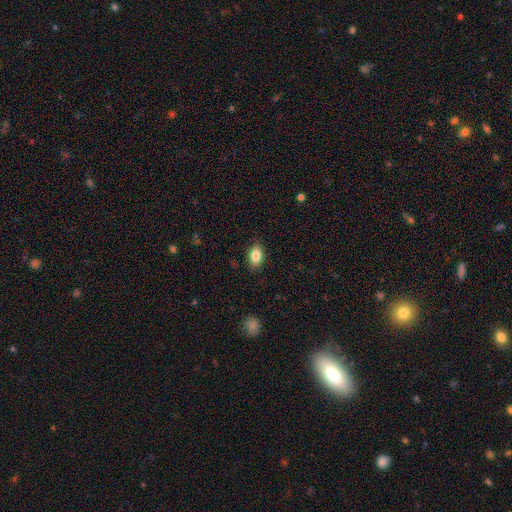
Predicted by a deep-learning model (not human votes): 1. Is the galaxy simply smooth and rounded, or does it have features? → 85% smooth, 8% star or artifact, 8% featured or disk.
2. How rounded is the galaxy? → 90% in between, 8% round, 2% cigar-shaped.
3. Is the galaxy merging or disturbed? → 87% none, 9% minor disturbance, 2% major disturbance, 1% merger.